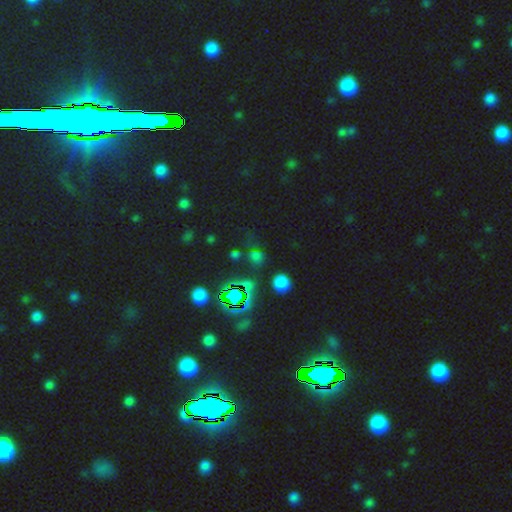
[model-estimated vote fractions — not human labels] A star or artifact, not a galaxy (57%).